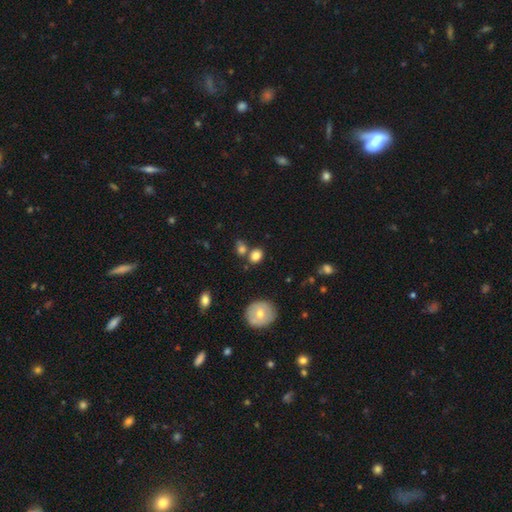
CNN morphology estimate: smooth-or-featured: smooth: 82% | star or artifact: 11% | featured or disk: 8%
  how-rounded: in between: 55% | round: 44% | cigar-shaped: 1%
  merging: none: 64% | merger: 21% | minor disturbance: 12% | major disturbance: 4%